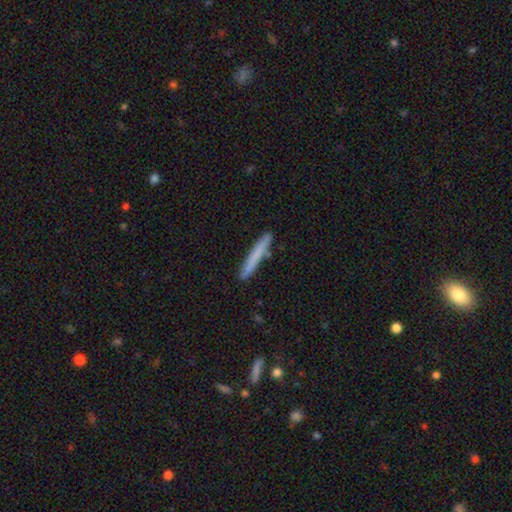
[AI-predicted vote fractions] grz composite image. It shows a smooth galaxy with no disk features (72%) that is cigar-shaped (96%). Merging: none (87%).